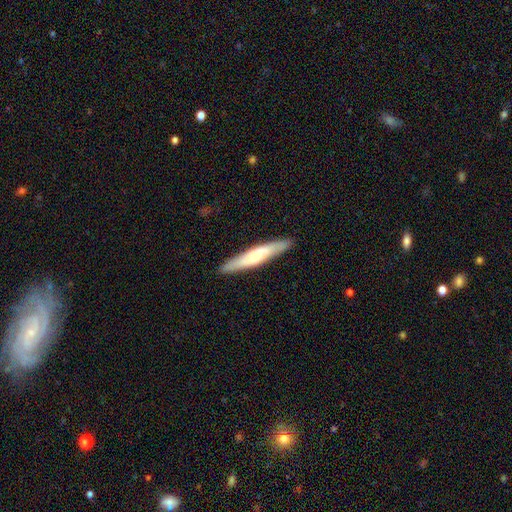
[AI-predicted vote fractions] A smooth galaxy with no disk features (57%) that is cigar-shaped (92%).

Vote fractions:
- Smooth or featured? smooth: 57% / featured or disk: 38% / star or artifact: 5%
- How rounded? cigar-shaped: 92% / in between: 7% / round: 1%
- Merging? none: 90% / minor disturbance: 8% / major disturbance: 1% / merger: 1%